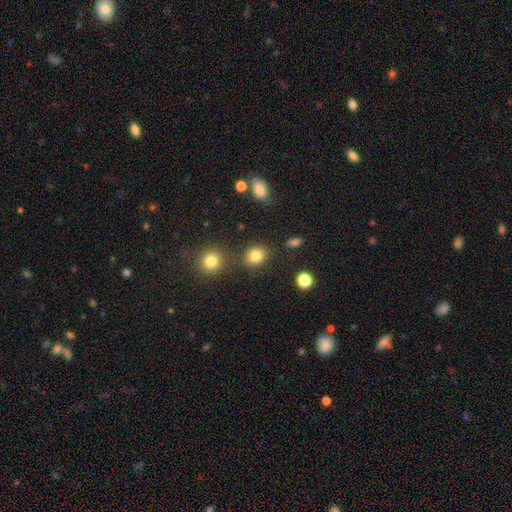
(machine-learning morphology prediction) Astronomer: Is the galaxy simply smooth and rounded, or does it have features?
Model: smooth — 82%.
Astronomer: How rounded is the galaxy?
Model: round — 68%.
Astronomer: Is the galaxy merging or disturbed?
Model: none — 79%.